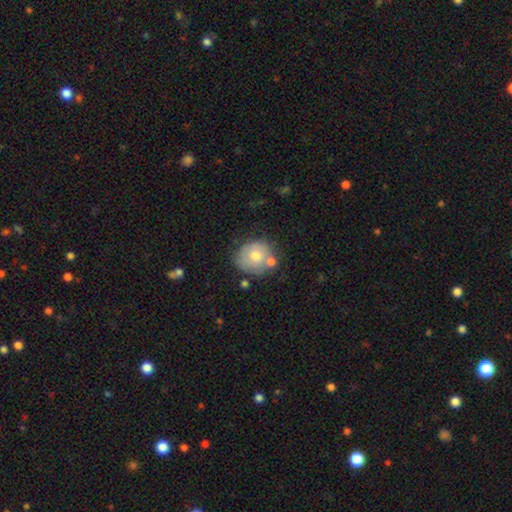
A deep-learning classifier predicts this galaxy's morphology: Overall: smooth (68%). How rounded: round (77%). Merging: none (59%).